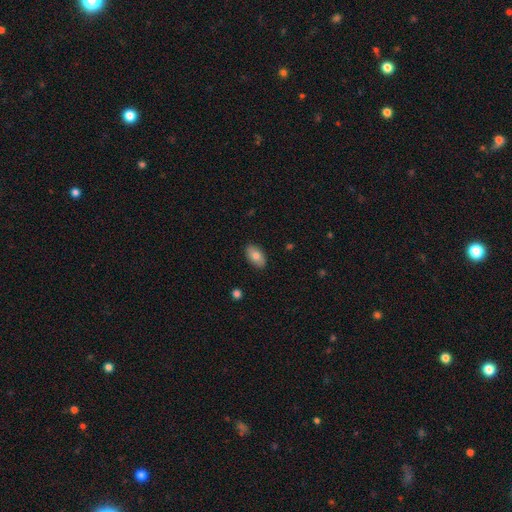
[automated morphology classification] Smooth or featured? Predicted: smooth (p=0.76). How rounded? Predicted: in between (p=0.93). Merging? Predicted: none (p=0.87).